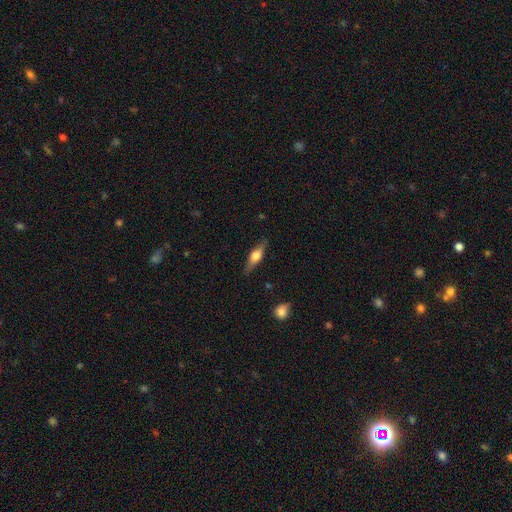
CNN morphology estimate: A featured or disk galaxy (49%). Merging: none (84%).